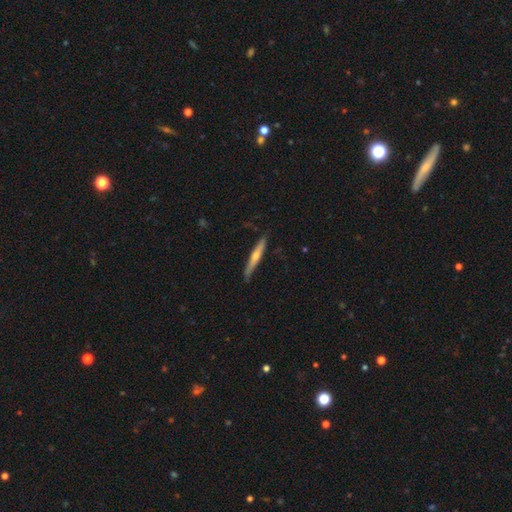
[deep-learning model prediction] Morphology: type=featured or disk (49%); merging=none (84%).